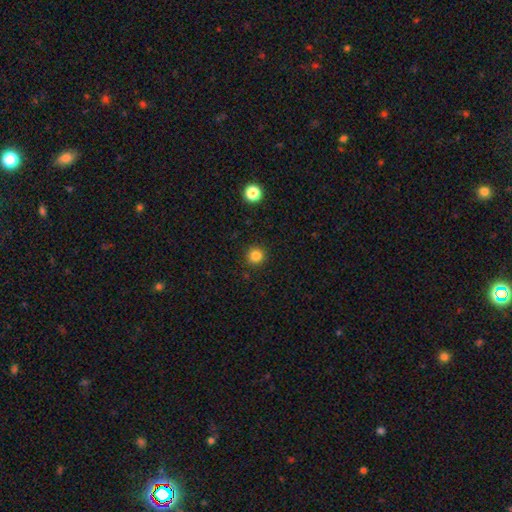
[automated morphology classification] smooth 84%, star or artifact 12%, featured or disk 4%. Down the decision tree: how rounded — round (95%); merging — none (92%).